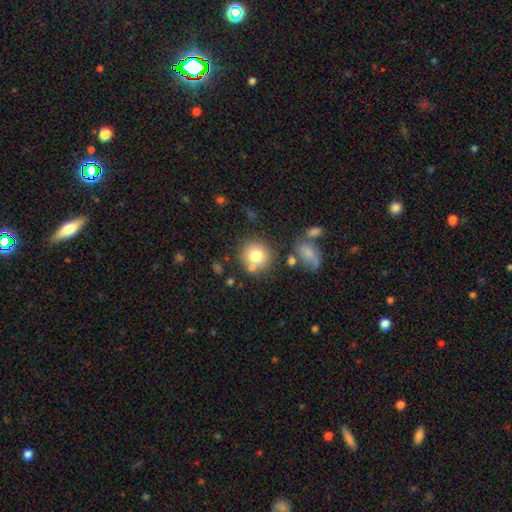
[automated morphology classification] Smooth or featured? smooth (76%)
How rounded? round (90%)
Merging? none (71%)